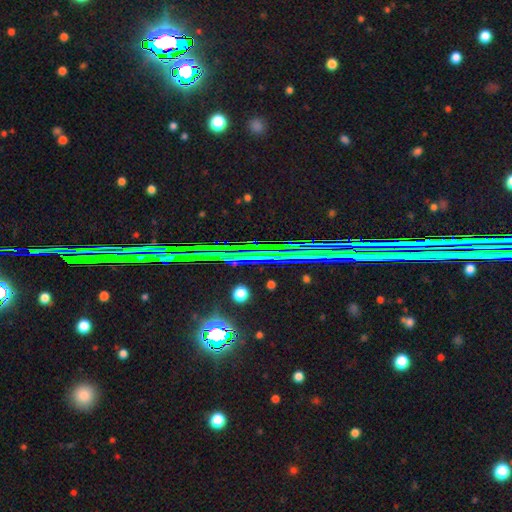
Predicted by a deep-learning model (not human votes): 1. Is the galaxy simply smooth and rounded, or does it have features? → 83% star or artifact, 9% featured or disk, 8% smooth.